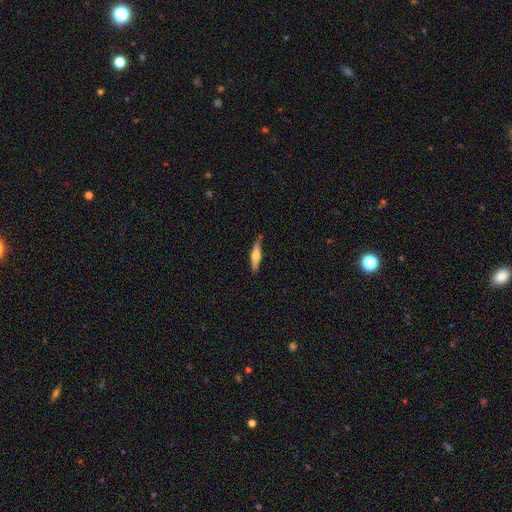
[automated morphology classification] The model was most divided on "smooth or featured": smooth: 51%, featured or disk: 44%, star or artifact: 6%. More confident: merging — none (84%); how rounded — cigar-shaped (79%).